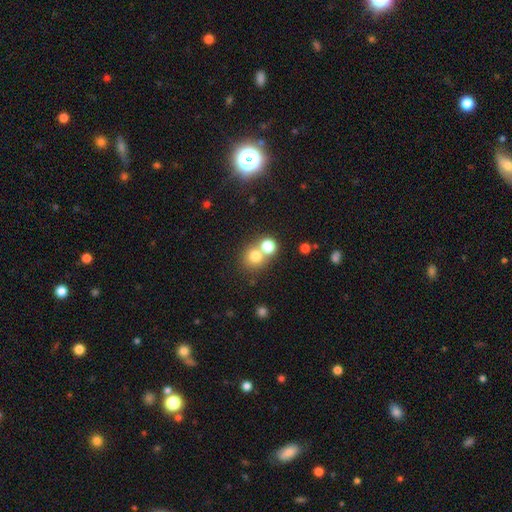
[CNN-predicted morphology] Smooth or featured: smooth — 75% (star or artifact — 15%)
How rounded: round — 86% (in between — 13%)
Merging: none — 47% (merger — 43%)